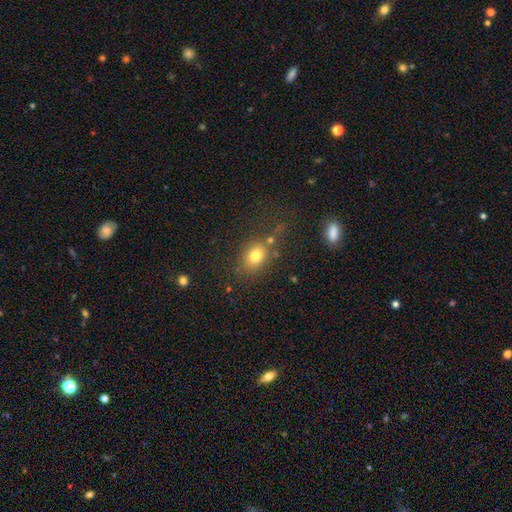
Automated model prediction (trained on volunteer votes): A smooth galaxy with no disk features (77%) that is in between round and cigar-shaped (61%). Merging: none (69%).